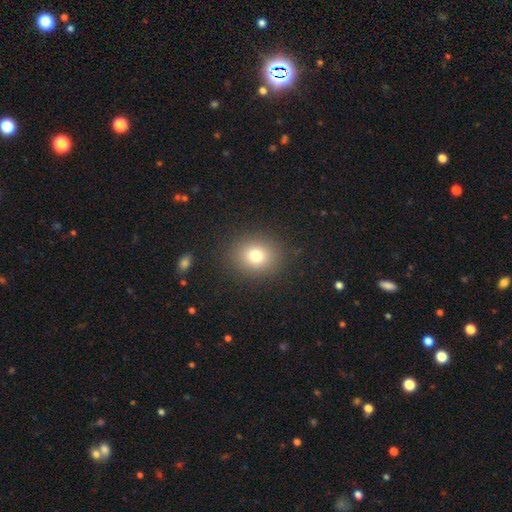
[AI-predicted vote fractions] This is likely a smooth galaxy (77%). How rounded: likely round (71%). Merging: clearly none (88%).